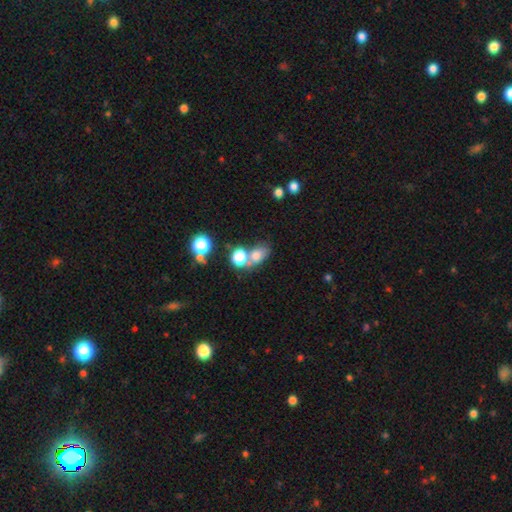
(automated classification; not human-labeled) smooth_or_featured: smooth (p=0.72) [alt: star or artifact p=0.14]
how_rounded: in between (p=0.64) [alt: round p=0.34]
merging: merger (p=0.42) [alt: none p=0.41]